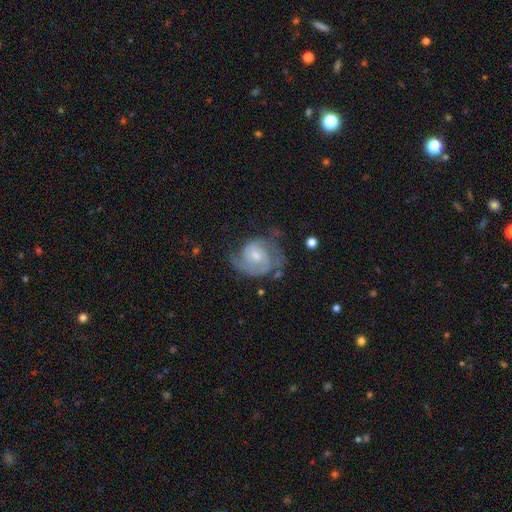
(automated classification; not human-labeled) Overall: featured or disk (78%). Edge-on disk: no (98%). Bar: no (51%; weak 43%). Spiral arms: yes (92%). Spiral arm count: 2 (55%; can't tell 20%). Spiral winding: tight (44%; medium 41%). Bulge size: small (50%; moderate 42%). Merging: none (49%; minor disturbance 26%).